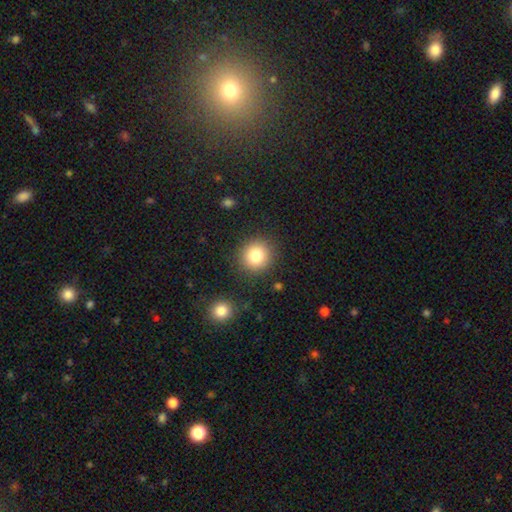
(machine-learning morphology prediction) This appears to be a smooth galaxy with no disk features (81%) that is round (91%). Merging: none (88%).